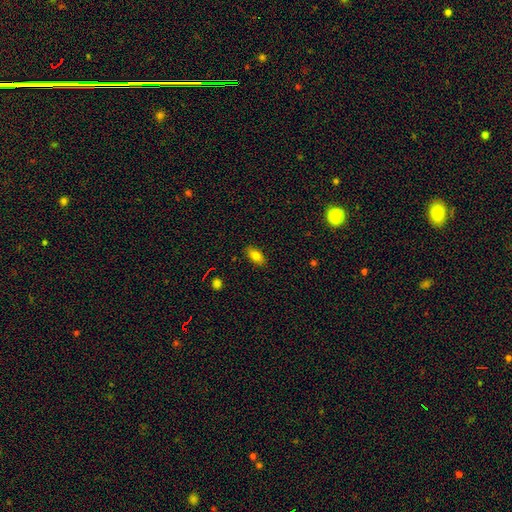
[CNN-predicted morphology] This is likely a smooth galaxy (79%). How rounded: clearly in between (88%). Merging: clearly none (87%).